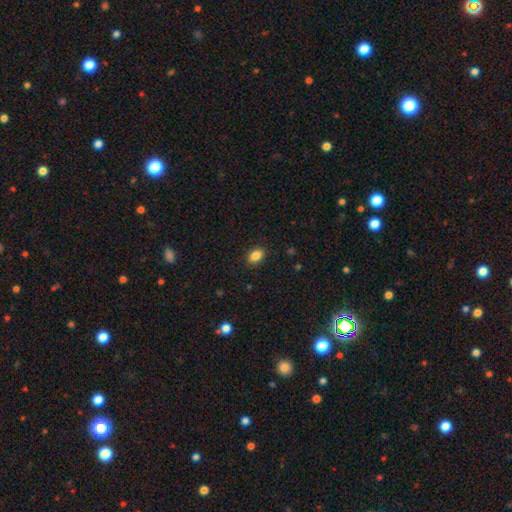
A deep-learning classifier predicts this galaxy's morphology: type=smooth (86%); roundness=in between (74%); merging=none (87%).